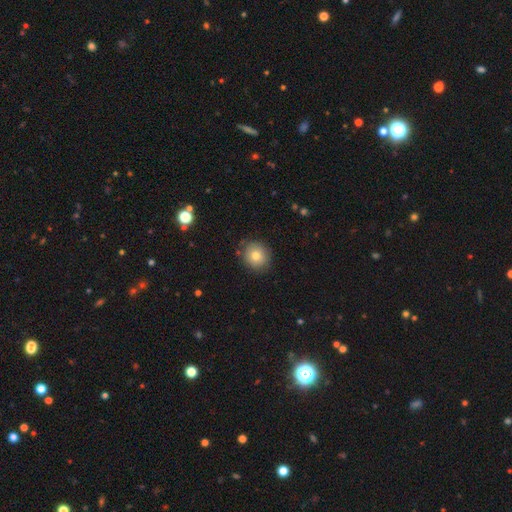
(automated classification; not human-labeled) smooth_or_featured: smooth (p=0.79) [alt: featured or disk p=0.11]
how_rounded: round (p=0.88) [alt: in between p=0.11]
merging: none (p=0.85) [alt: minor disturbance p=0.11]